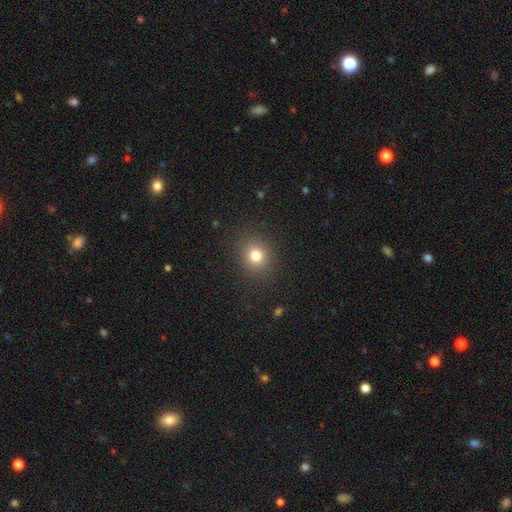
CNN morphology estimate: Smooth or featured: smooth — 78% (star or artifact — 14%)
How rounded: round — 80% (in between — 19%)
Merging: none — 89% (minor disturbance — 7%)